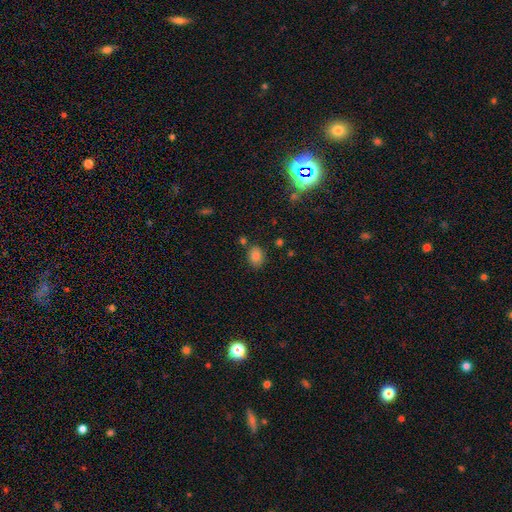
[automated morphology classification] This is clearly a smooth galaxy (83%). How rounded: likely in between (64%). Merging: likely none (77%).